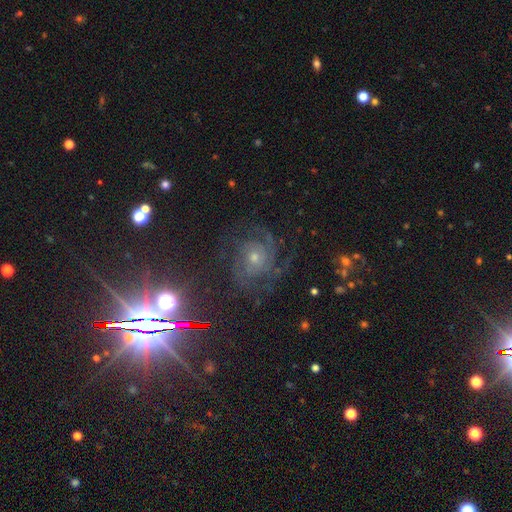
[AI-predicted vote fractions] featured or disk 73%, star or artifact 19%, smooth 8%. Down the decision tree: edge-on disk — no (97%); bar — no (75%); spiral arms — yes (96%); spiral arm count — 3 (28%); spiral winding — tight (56%); bulge size — small (53%); merging — none (73%).